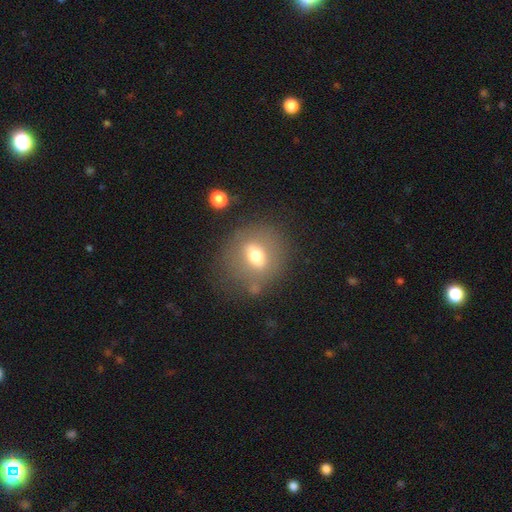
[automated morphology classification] A smooth galaxy with no disk features (58%) that is round (65%).

Vote fractions:
- Smooth or featured? smooth: 58% / featured or disk: 31% / star or artifact: 11%
- How rounded? round: 65% / in between: 32% / cigar-shaped: 2%
- Merging? none: 73% / minor disturbance: 14% / major disturbance: 8% / merger: 5%